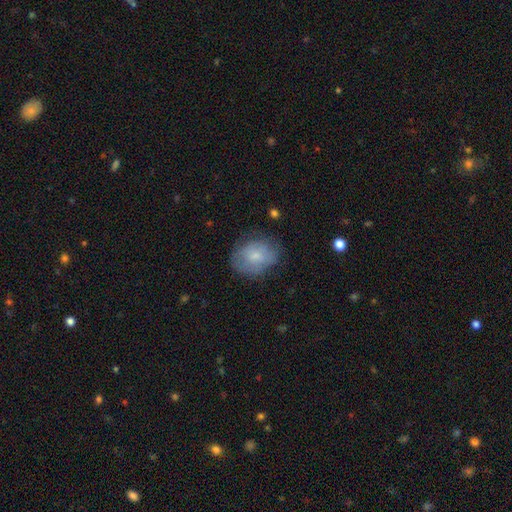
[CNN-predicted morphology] Q: Smooth or featured?
A: smooth (70%); runner-up: featured or disk (23%)
Q: How rounded?
A: in between (50%); runner-up: round (49%)
Q: Merging?
A: none (66%); runner-up: minor disturbance (23%)